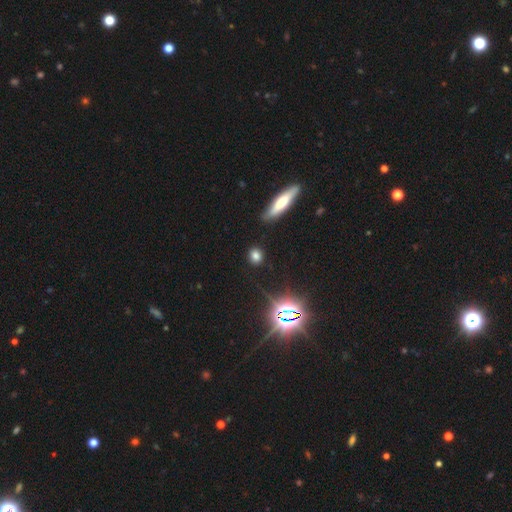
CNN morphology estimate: This is likely a smooth galaxy (73%). How rounded: likely round (66%). Merging: clearly none (86%).